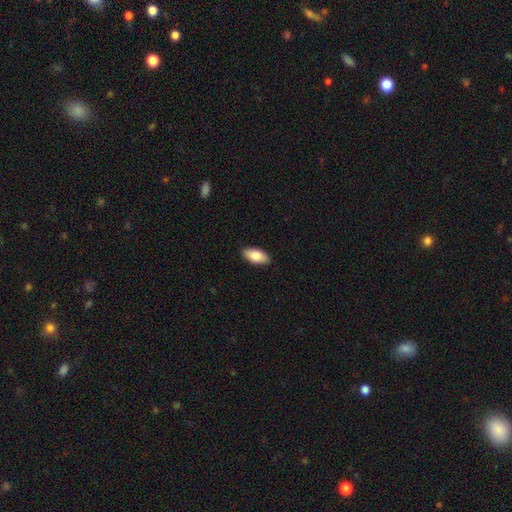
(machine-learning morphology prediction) This appears to be a smooth galaxy with no disk features (85%) that is in between round and cigar-shaped (92%). Merging: none (89%).